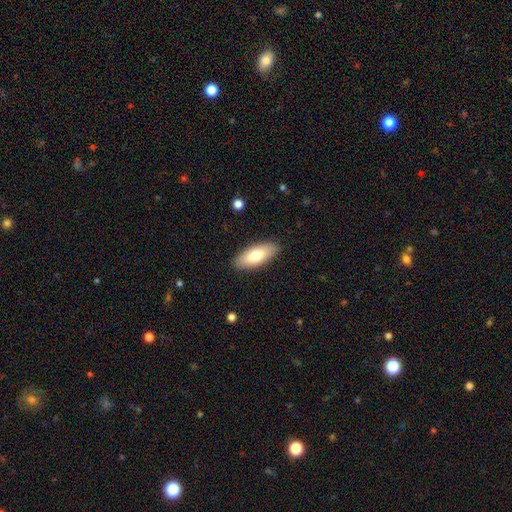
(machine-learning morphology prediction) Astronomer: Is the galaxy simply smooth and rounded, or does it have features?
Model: smooth — 77%.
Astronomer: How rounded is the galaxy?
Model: in between — 81%.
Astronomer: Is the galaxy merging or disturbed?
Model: none — 88%.